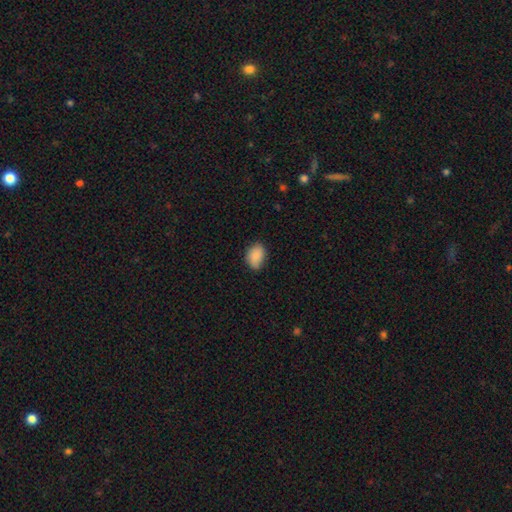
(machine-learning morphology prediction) Q: Smooth or featured?
A: smooth (88%); runner-up: star or artifact (7%)
Q: How rounded?
A: in between (79%); runner-up: round (19%)
Q: Merging?
A: none (74%); runner-up: minor disturbance (22%)